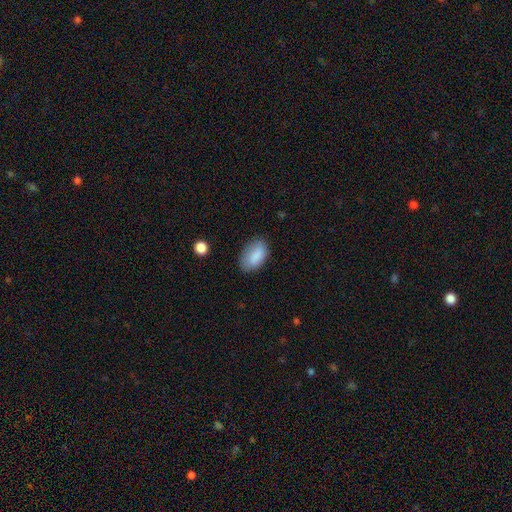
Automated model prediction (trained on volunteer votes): Smooth or featured: smooth — 86% (star or artifact — 7%)
How rounded: in between — 93% (round — 5%)
Merging: none — 75% (minor disturbance — 19%)